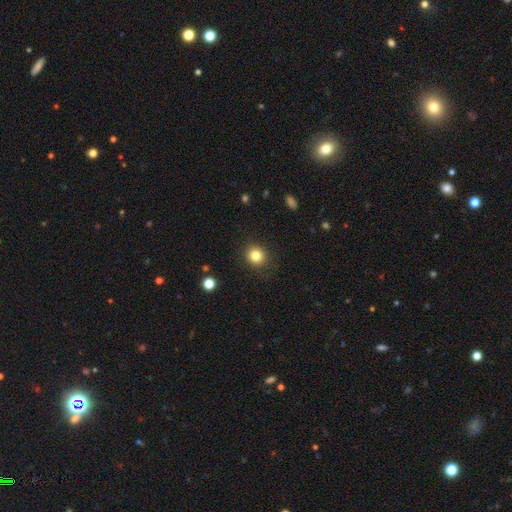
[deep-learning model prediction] Morphology: type=smooth (82%); roundness=round (85%); merging=none (89%).